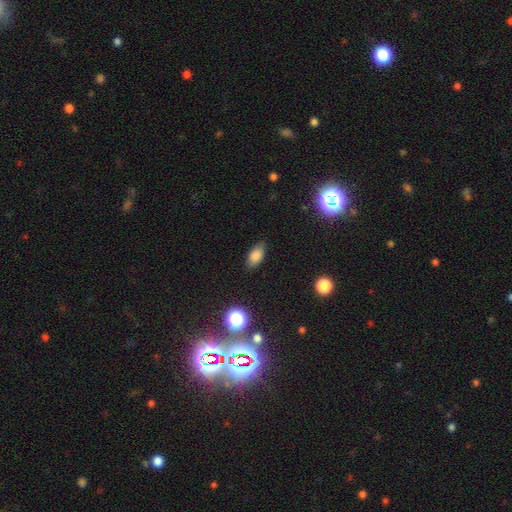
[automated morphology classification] This is clearly a smooth galaxy (81%). How rounded: clearly in between (88%). Merging: clearly none (82%).